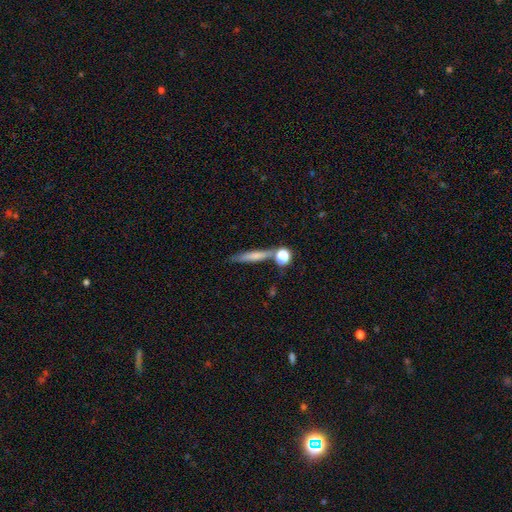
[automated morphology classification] This is likely a smooth galaxy (61%). How rounded: clearly cigar-shaped (82%). Merging: likely none (69%).